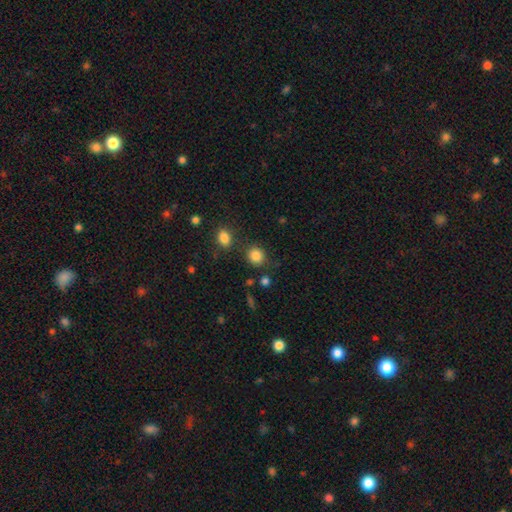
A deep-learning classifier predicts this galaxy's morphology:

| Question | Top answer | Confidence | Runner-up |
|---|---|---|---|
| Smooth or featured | smooth | 85% | star or artifact (10%) |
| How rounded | round | 83% | in between (16%) |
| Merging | none | 79% | minor disturbance (10%) |